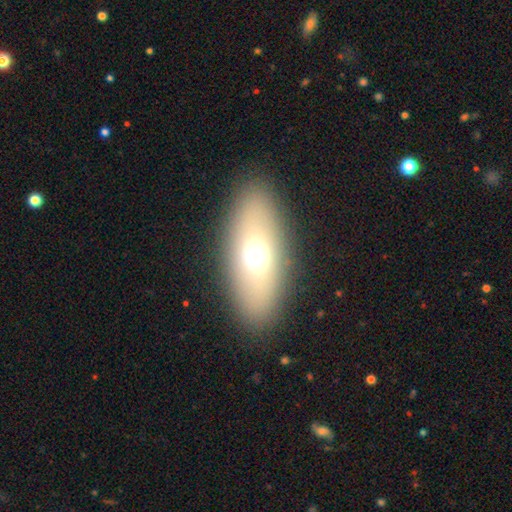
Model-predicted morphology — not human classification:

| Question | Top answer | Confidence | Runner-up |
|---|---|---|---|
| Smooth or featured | smooth | 63% | featured or disk (26%) |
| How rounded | in between | 82% | cigar-shaped (11%) |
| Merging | none | 87% | minor disturbance (8%) |